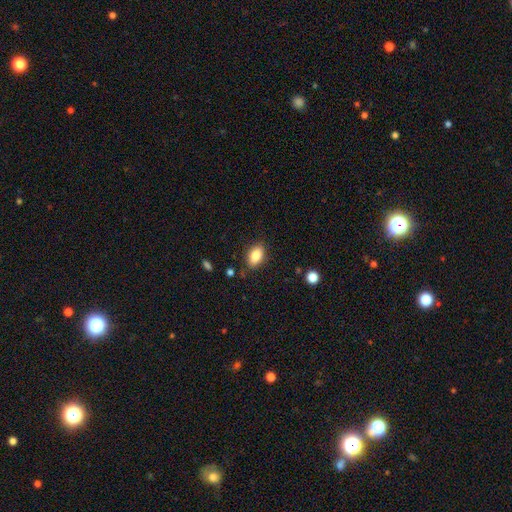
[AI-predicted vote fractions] smooth_or_featured: smooth (p=0.85) [alt: star or artifact p=0.08]
how_rounded: in between (p=0.89) [alt: round p=0.08]
merging: none (p=0.84) [alt: minor disturbance p=0.12]